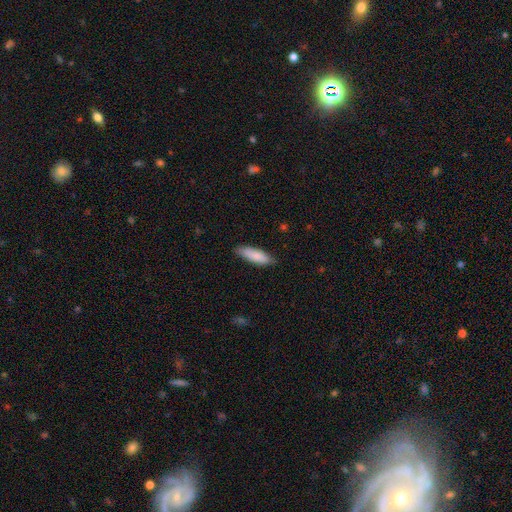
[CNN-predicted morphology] The model was most divided on "how rounded": in between: 53%, cigar-shaped: 46%, round: 1%. More confident: smooth or featured — smooth (84%); merging — none (82%).